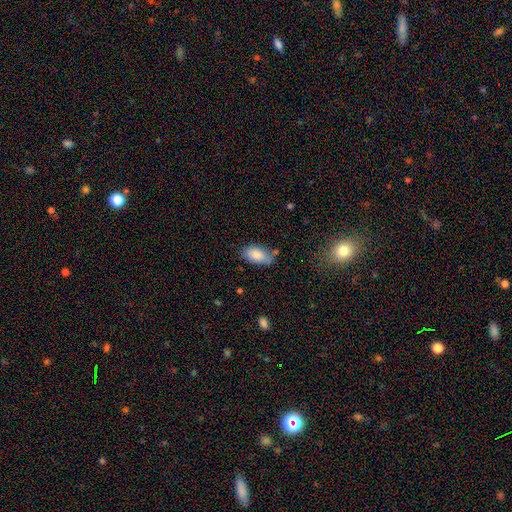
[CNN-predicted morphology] smooth 80%, featured or disk 11%, star or artifact 9%. Down the decision tree: how rounded — in between (91%); merging — none (62%).